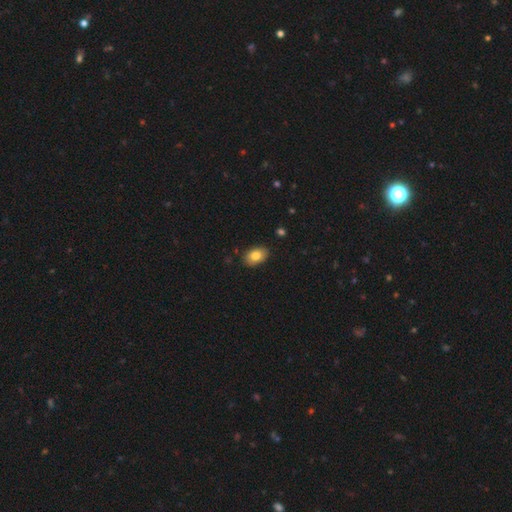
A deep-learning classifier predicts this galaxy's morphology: Q: Smooth or featured?
A: smooth (82%); runner-up: featured or disk (11%)
Q: How rounded?
A: in between (87%); runner-up: round (12%)
Q: Merging?
A: none (86%); runner-up: minor disturbance (11%)